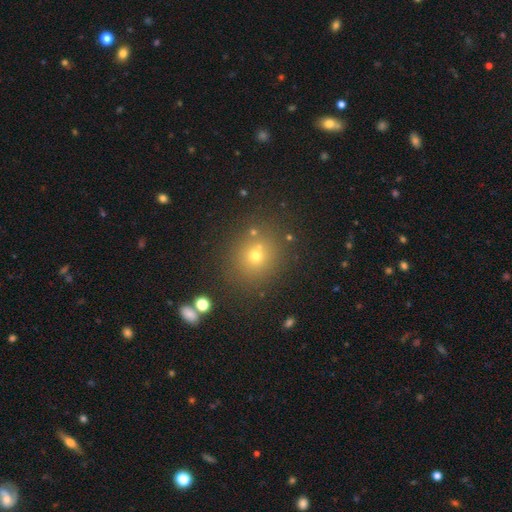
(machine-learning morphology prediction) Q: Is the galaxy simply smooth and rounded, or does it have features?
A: smooth — 64%.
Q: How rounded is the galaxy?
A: round — 81%.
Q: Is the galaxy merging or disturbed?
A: none — 78%.